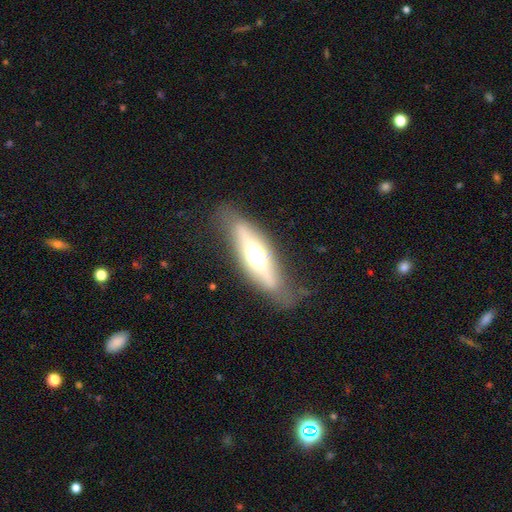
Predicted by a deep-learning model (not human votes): This appears to be a featured or disk galaxy (64%) viewed edge-on (85%) with a rounded central bulge (89%). Merging: none (75%).